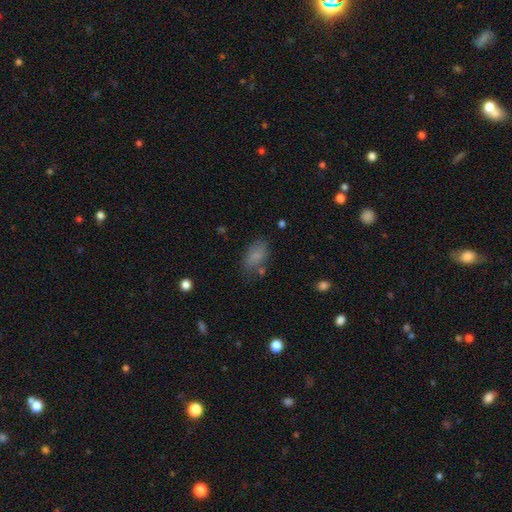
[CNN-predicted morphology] Smooth or featured: smooth — 80% (star or artifact — 11%)
How rounded: in between — 90% (round — 7%)
Merging: none — 63% (minor disturbance — 22%)